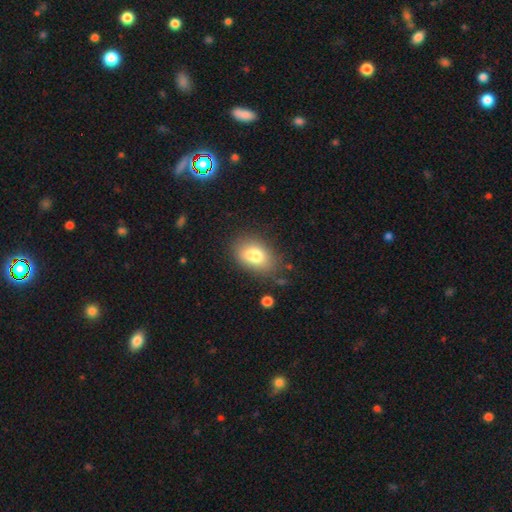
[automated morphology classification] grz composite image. It shows a smooth galaxy with no disk features (78%) that is in between round and cigar-shaped (84%). Merging: none (67%).